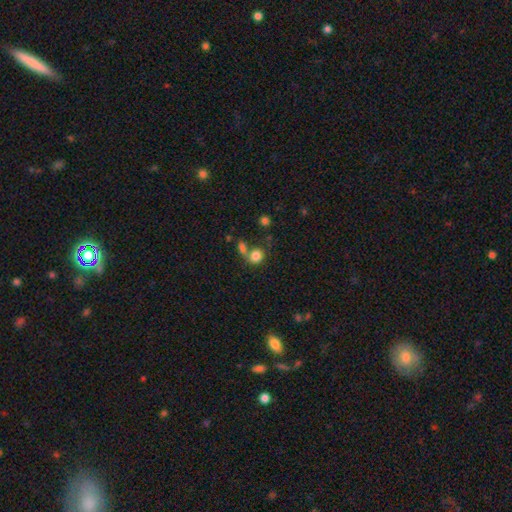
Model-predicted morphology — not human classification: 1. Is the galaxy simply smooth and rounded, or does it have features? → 82% smooth, 11% star or artifact, 8% featured or disk.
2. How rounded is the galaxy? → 65% round, 34% in between, 1% cigar-shaped.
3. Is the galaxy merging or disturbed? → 46% none, 36% merger, 11% minor disturbance, 6% major disturbance.